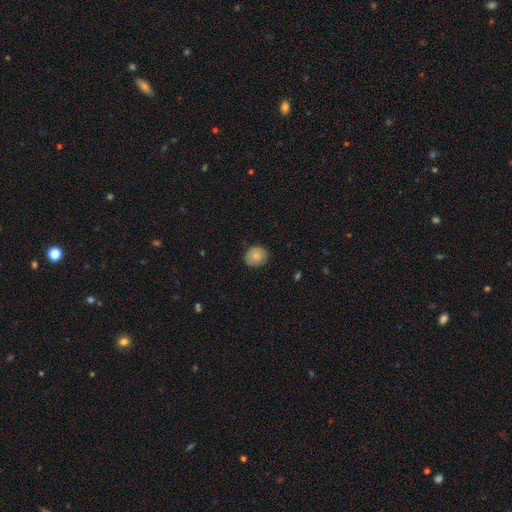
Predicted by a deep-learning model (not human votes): This appears to be a smooth galaxy with no disk features (78%) that is round (64%). Merging: none (82%).